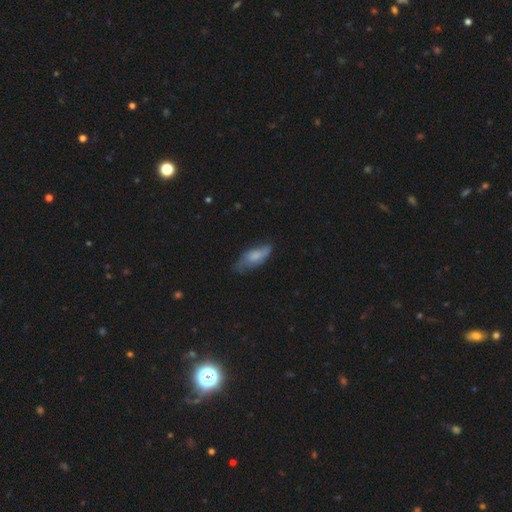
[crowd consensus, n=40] This is possibly a smooth galaxy (57%). How rounded: likely in between (78%). Merging: possibly none (46%).